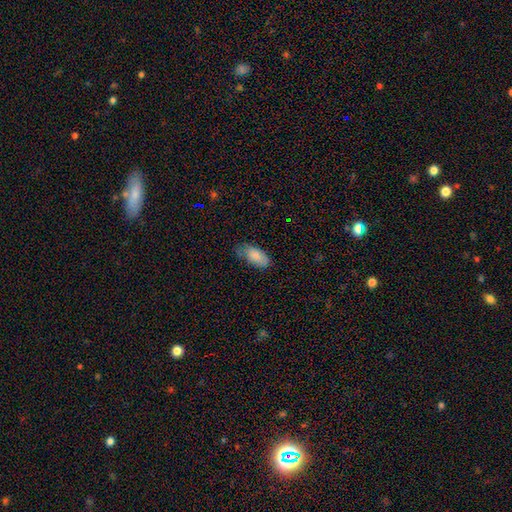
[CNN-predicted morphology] A smooth galaxy with no disk features (85%) that is in between round and cigar-shaped (91%).

Vote fractions:
- Smooth or featured? smooth: 85% / featured or disk: 8% / star or artifact: 6%
- How rounded? in between: 91% / cigar-shaped: 6% / round: 2%
- Merging? none: 60% / minor disturbance: 32% / major disturbance: 7% / merger: 2%